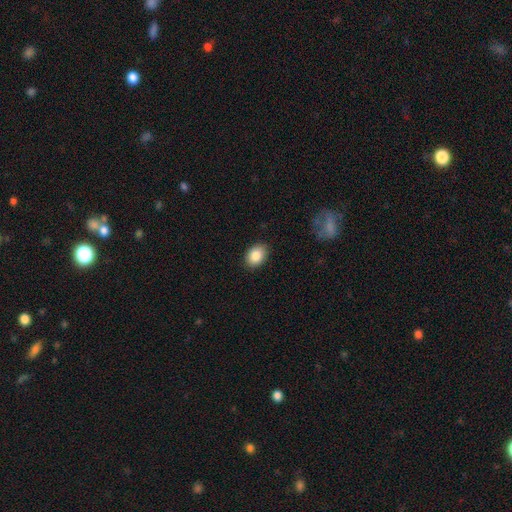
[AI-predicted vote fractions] The model was most divided on "how rounded": in between: 73%, round: 26%, cigar-shaped: 1%. More confident: merging — none (87%); smooth or featured — smooth (86%).